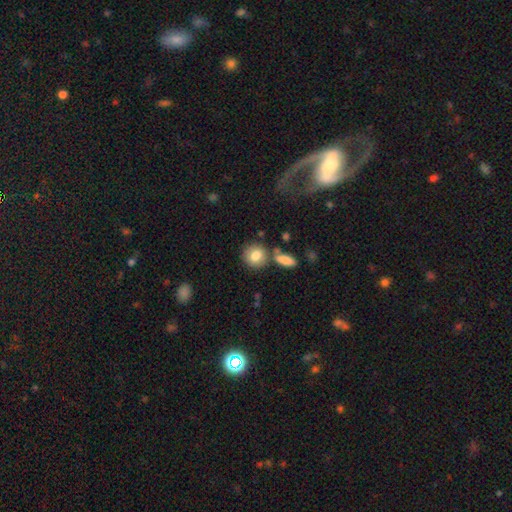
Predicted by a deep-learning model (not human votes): The model was most divided on "merging": none: 72%, merger: 14%, minor disturbance: 11%, major disturbance: 3%. More confident: how rounded — round (82%); smooth or featured — smooth (81%).